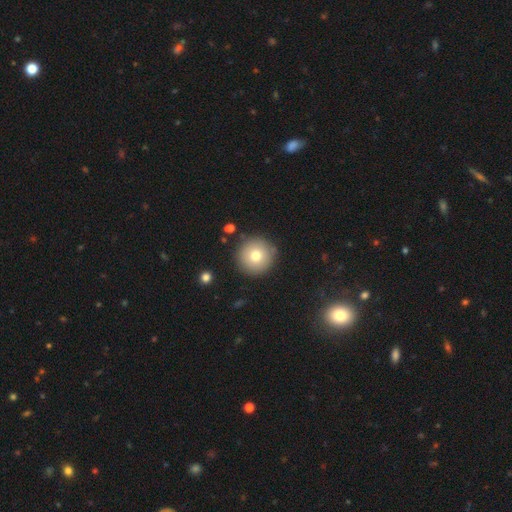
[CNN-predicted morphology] smooth-or-featured: smooth: 75% | featured or disk: 14% | star or artifact: 11%
  how-rounded: round: 96% | in between: 3% | cigar-shaped: 1%
  merging: none: 88% | minor disturbance: 8% | major disturbance: 2% | merger: 2%